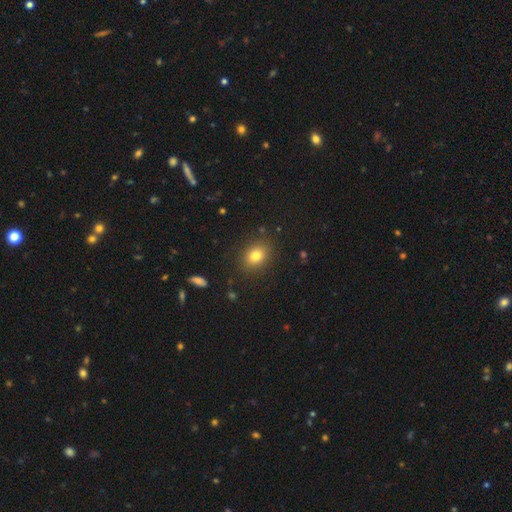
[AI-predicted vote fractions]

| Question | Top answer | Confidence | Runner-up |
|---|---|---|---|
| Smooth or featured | smooth | 79% | star or artifact (12%) |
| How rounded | in between | 58% | round (41%) |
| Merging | none | 86% | minor disturbance (9%) |